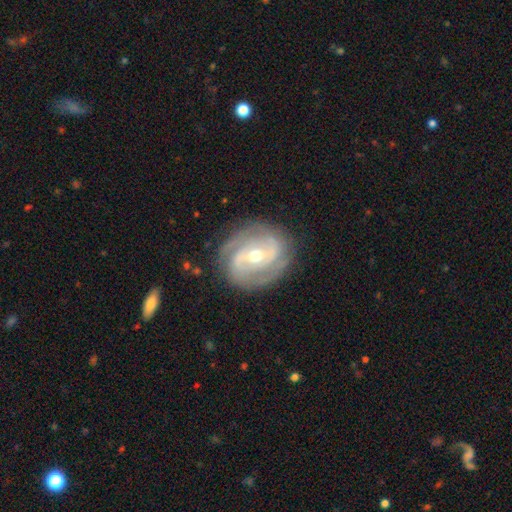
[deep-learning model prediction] The model was most divided on "bar": weak: 41%, no: 37%, strong: 23%. Remaining: edge-on disk — no (97%); spiral arms — yes (96%); smooth or featured — featured or disk (88%); merging — none (80%); spiral winding — tight (58%); bulge size — moderate (56%); spiral arm count — 2 (50%).